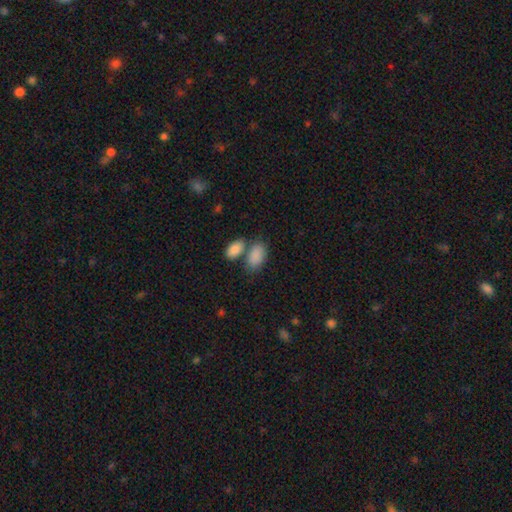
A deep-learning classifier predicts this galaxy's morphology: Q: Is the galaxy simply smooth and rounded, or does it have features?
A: smooth — 88%.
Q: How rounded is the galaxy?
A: in between — 94%.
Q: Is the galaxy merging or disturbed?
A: none — 49%.